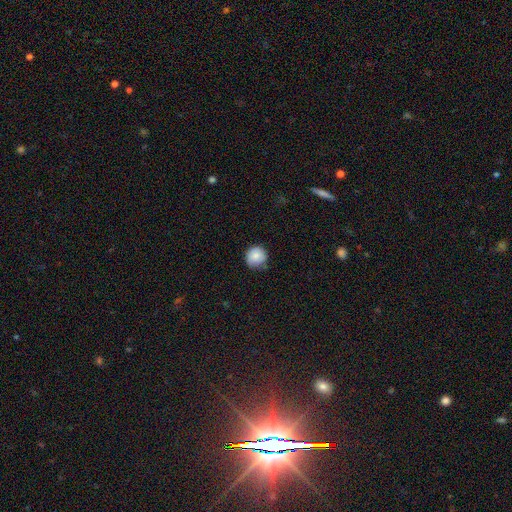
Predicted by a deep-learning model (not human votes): A smooth galaxy with no disk features (84%) that is round (94%).

Vote fractions:
- Smooth or featured? smooth: 84% / star or artifact: 8% / featured or disk: 7%
- How rounded? round: 94% / in between: 5% / cigar-shaped: 1%
- Merging? none: 77% / minor disturbance: 18% / major disturbance: 3% / merger: 1%